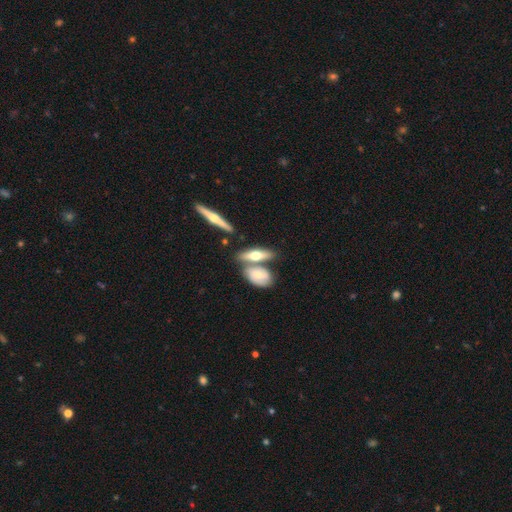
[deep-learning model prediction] A smooth galaxy with no disk features (49%).

Vote fractions:
- Smooth or featured? smooth: 49% / featured or disk: 45% / star or artifact: 6%
- Merging? none: 57% / merger: 27% / minor disturbance: 13% / major disturbance: 4%